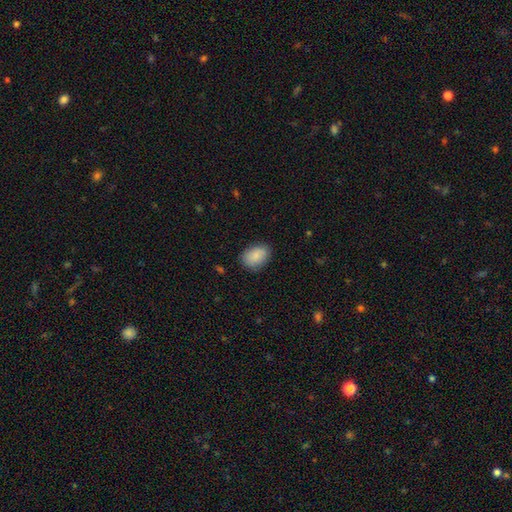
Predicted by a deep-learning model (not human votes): The model was most divided on "how rounded": in between: 83%, round: 16%, cigar-shaped: 1%. More confident: smooth or featured — smooth (87%); merging — none (83%).